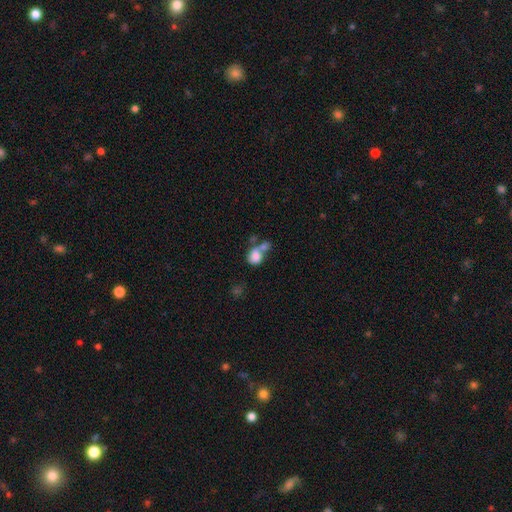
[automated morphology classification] smooth-or-featured: smooth: 73% | featured or disk: 17% | star or artifact: 9%
  how-rounded: in between: 53% | round: 45% | cigar-shaped: 2%
  merging: merger: 57% | none: 21% | minor disturbance: 11% | major disturbance: 11%